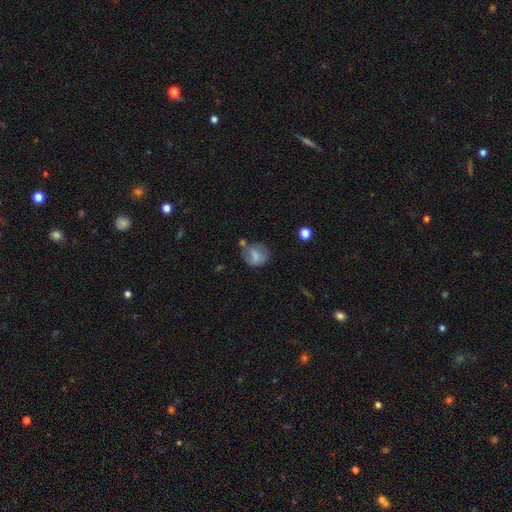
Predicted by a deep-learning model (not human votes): smooth_or_featured: smooth (p=0.63) [alt: featured or disk p=0.26]
how_rounded: round (p=0.61) [alt: in between p=0.37]
merging: none (p=0.48) [alt: minor disturbance p=0.25]